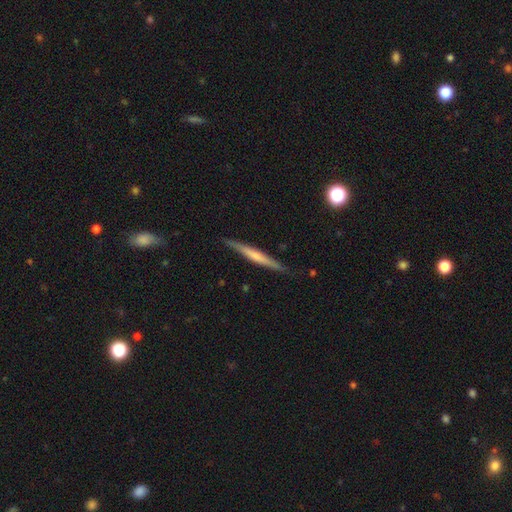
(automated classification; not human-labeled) A featured or disk galaxy (56%) viewed edge-on (97%) with no central bulge (45%).

Vote fractions:
- Smooth or featured? featured or disk: 56% / smooth: 39% / star or artifact: 6%
- Edge-on disk? yes: 97% / no: 3%
- Edge-on bulge? none: 45% / rounded: 40% / boxy: 16%
- Merging? none: 86% / minor disturbance: 11% / major disturbance: 2% / merger: 1%